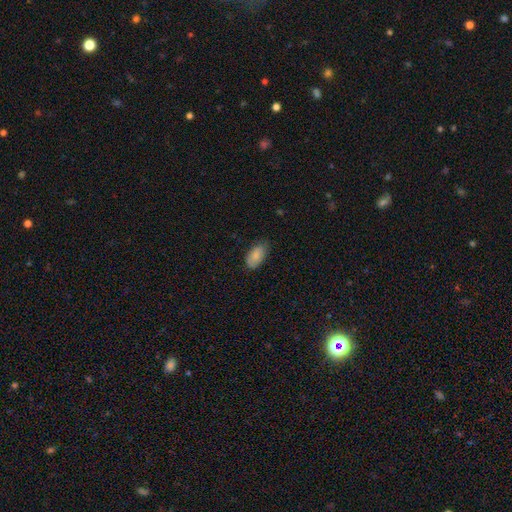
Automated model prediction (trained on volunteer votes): Smooth or featured? Predicted: smooth (p=0.86). How rounded? Predicted: in between (p=0.94). Merging? Predicted: none (p=0.73).